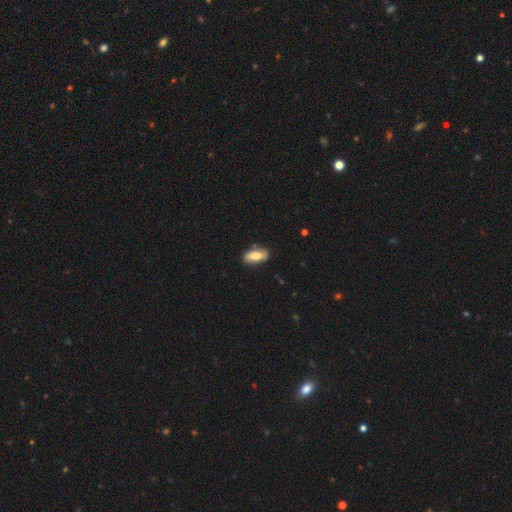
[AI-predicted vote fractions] Smooth or featured? smooth (75%)
How rounded? in between (83%)
Merging? none (79%)